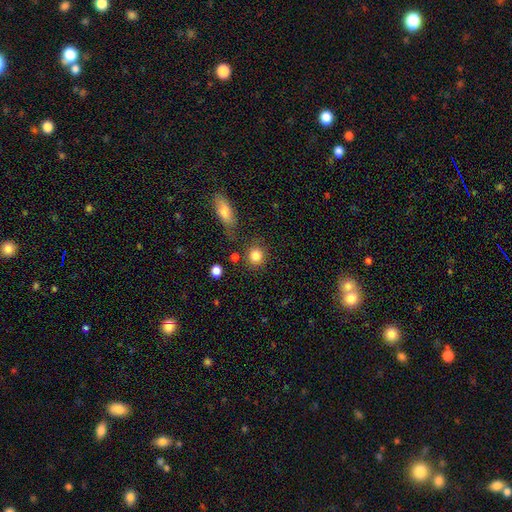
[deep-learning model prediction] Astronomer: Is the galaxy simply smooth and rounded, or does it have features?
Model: smooth — 84%.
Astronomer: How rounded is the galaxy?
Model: round — 86%.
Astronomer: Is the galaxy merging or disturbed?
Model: none — 78%.